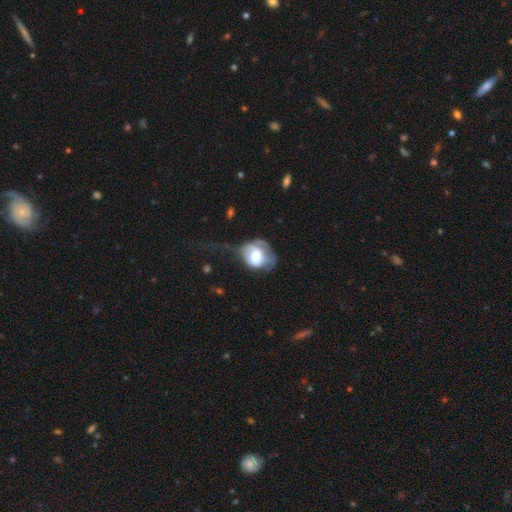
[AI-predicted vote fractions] Smooth or featured: smooth — 55% (featured or disk — 37%)
How rounded: round — 57% (in between — 42%)
Merging: major disturbance — 48% (minor disturbance — 26%)